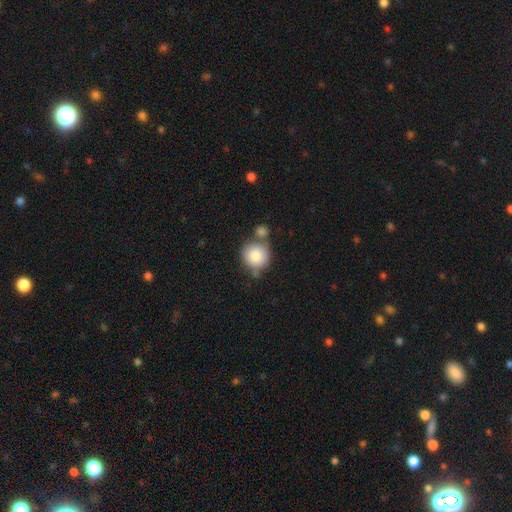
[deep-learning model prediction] A smooth galaxy with no disk features (82%) that is round (91%).

Vote fractions:
- Smooth or featured? smooth: 82% / featured or disk: 10% / star or artifact: 8%
- How rounded? round: 91% / in between: 8% / cigar-shaped: 1%
- Merging? none: 52% / merger: 29% / minor disturbance: 14% / major disturbance: 5%